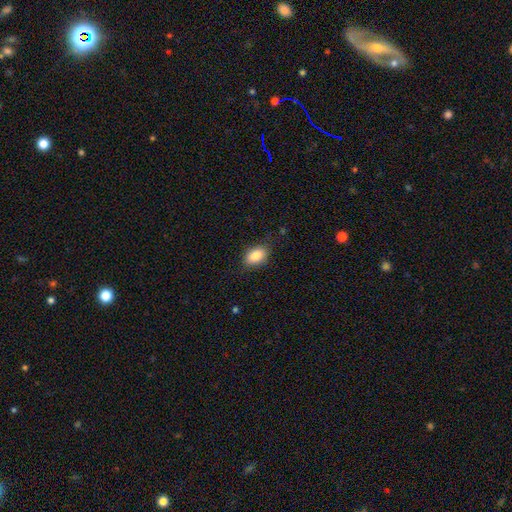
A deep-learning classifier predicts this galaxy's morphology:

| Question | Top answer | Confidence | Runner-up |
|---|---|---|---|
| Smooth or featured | smooth | 87% | star or artifact (8%) |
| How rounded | in between | 88% | round (11%) |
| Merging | none | 80% | minor disturbance (15%) |